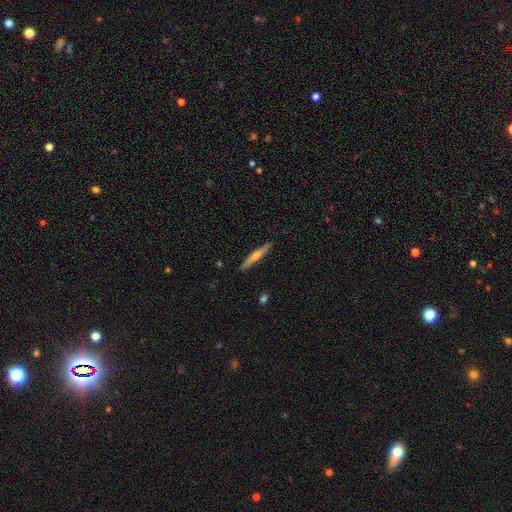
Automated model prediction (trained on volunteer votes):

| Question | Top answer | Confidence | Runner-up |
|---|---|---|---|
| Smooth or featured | featured or disk | 51% | smooth (44%) |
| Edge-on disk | yes | 95% | no (5%) |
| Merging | none | 90% | minor disturbance (8%) |